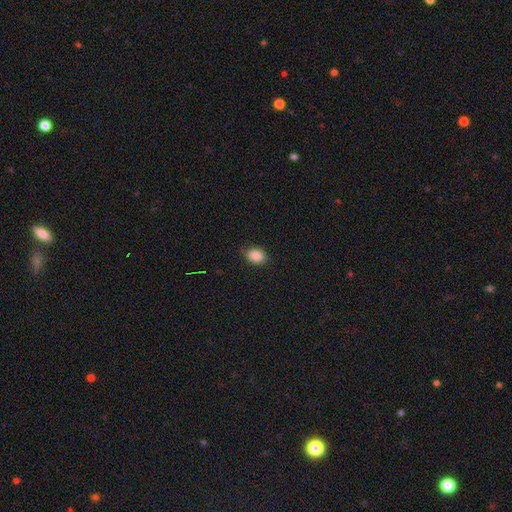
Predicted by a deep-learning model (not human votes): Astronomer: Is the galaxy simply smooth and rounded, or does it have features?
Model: smooth — 88%.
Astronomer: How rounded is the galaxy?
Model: in between — 68%.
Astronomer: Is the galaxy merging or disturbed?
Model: none — 83%.